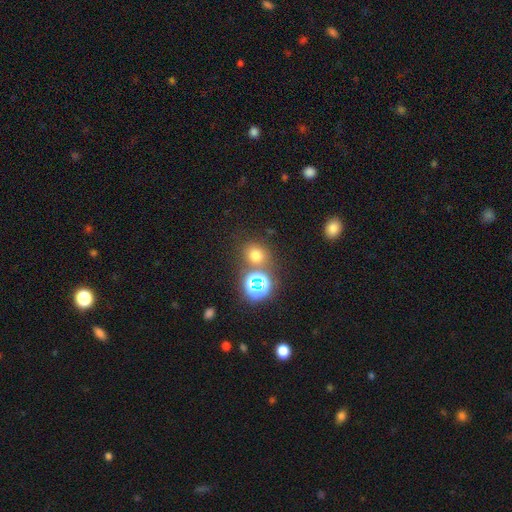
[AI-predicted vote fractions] smooth_or_featured: smooth (p=0.66) [alt: star or artifact p=0.27]
how_rounded: round (p=0.77) [alt: in between p=0.22]
merging: none (p=0.72) [alt: merger p=0.15]